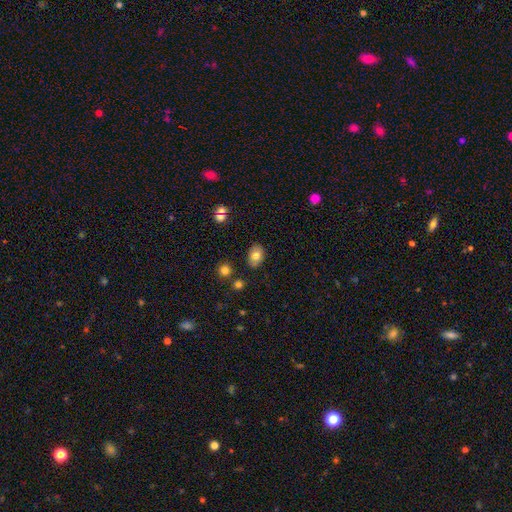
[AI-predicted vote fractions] A smooth galaxy with no disk features (77%) that is in between round and cigar-shaped (78%). Merging: none (83%).